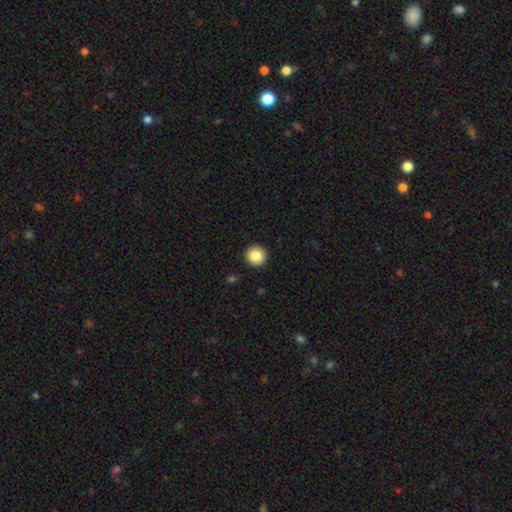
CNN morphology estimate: This is clearly a smooth galaxy (87%). How rounded: clearly round (95%). Merging: clearly none (92%).